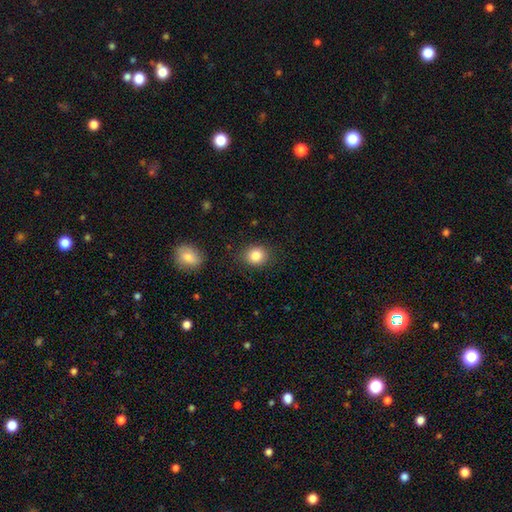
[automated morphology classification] This is clearly a smooth galaxy (84%). How rounded: likely round (71%). Merging: clearly none (84%).